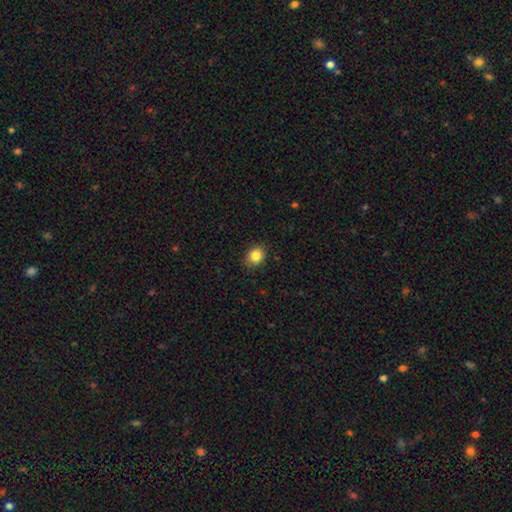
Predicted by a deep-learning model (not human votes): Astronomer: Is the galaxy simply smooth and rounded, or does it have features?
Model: smooth — 85%.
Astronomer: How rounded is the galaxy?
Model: round — 61% (runner-up: in between, 38%).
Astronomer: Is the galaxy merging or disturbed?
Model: none — 86%.